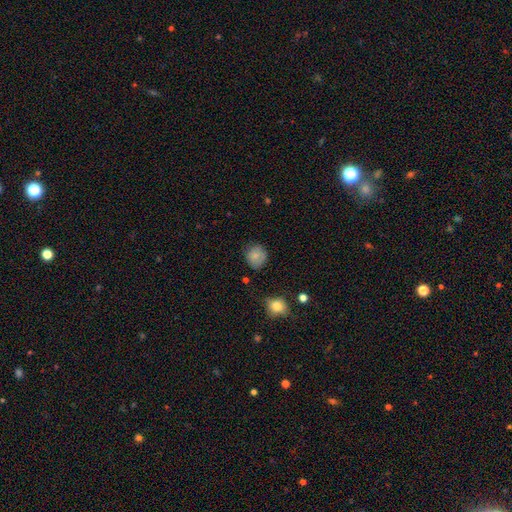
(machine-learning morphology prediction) Q: Smooth or featured?
A: smooth (80%); runner-up: featured or disk (11%)
Q: How rounded?
A: round (82%); runner-up: in between (17%)
Q: Merging?
A: none (73%); runner-up: minor disturbance (20%)